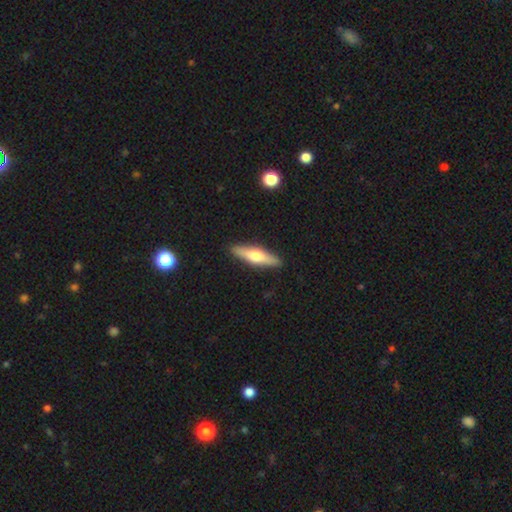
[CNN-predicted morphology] Smooth or featured? Predicted: featured or disk (p=0.49). Merging? Predicted: none (p=0.90).